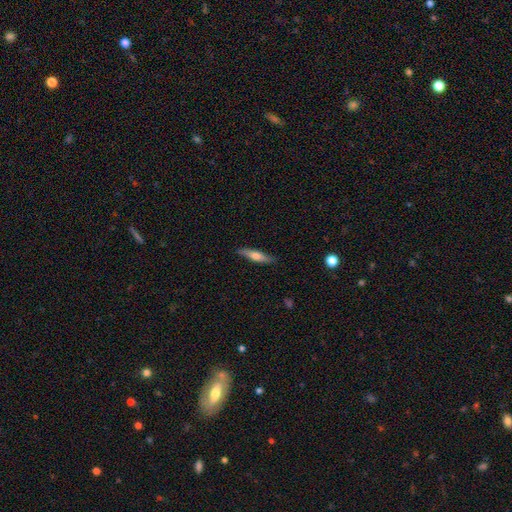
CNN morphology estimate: Smooth or featured: smooth — 54% (featured or disk — 40%)
How rounded: cigar-shaped — 81% (in between — 17%)
Merging: none — 87% (minor disturbance — 10%)